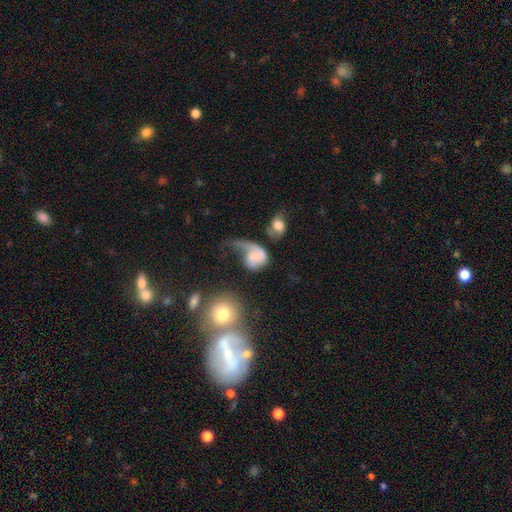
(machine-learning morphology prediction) smooth-or-featured: featured or disk: 47% | smooth: 44% | star or artifact: 9%
  merging: major disturbance: 53% | none: 18% | merger: 15% | minor disturbance: 15%